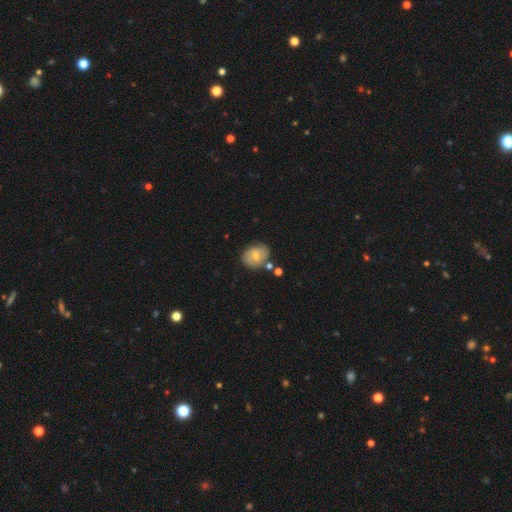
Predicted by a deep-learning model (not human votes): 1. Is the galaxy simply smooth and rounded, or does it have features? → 59% smooth, 33% featured or disk, 8% star or artifact.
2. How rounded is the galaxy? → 55% in between, 44% round, 1% cigar-shaped.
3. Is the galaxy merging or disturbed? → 72% none, 16% minor disturbance, 8% merger, 4% major disturbance.